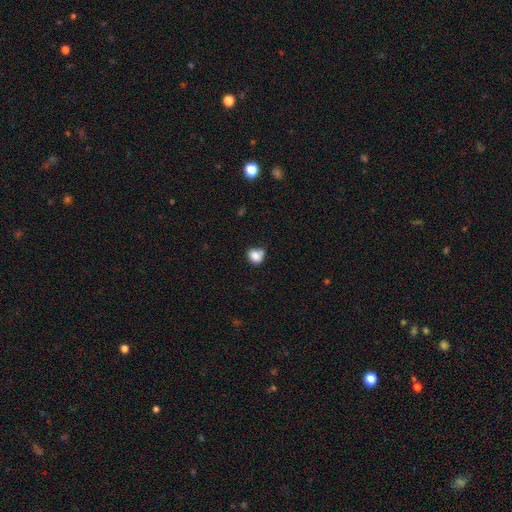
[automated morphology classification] type=smooth (83%); roundness=round (64%); merging=none (49%).